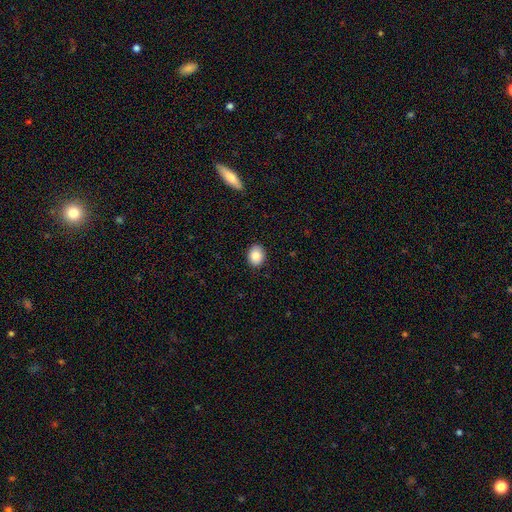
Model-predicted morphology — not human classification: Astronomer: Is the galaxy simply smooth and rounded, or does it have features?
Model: smooth — 86%.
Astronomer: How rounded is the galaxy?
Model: in between — 53% (runner-up: round, 46%).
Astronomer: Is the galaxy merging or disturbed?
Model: none — 90%.